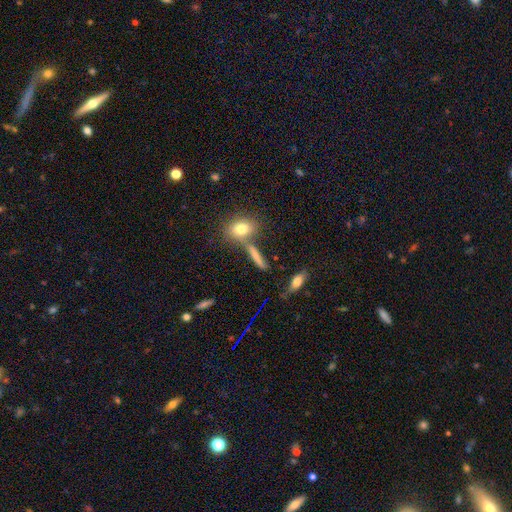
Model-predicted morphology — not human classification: Smooth or featured?
  - smooth: 64% *
  - featured or disk: 23%
  - star or artifact: 13%
How rounded?
  - cigar-shaped: 60% *
  - in between: 25%
  - round: 15%
Merging?
  - none: 65% *
  - merger: 18%
  - minor disturbance: 12%
  - major disturbance: 5%